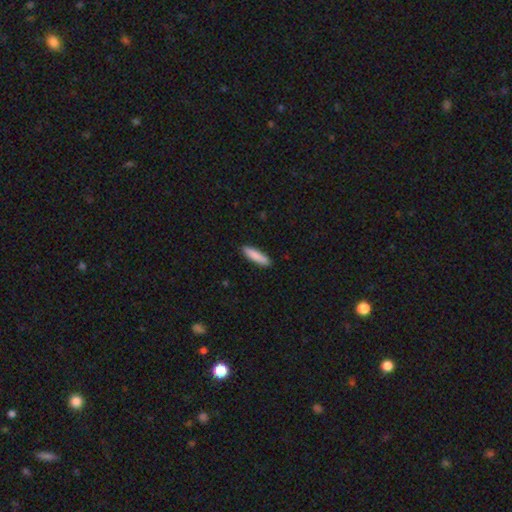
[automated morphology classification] Smooth or featured? Predicted: smooth (p=0.87). How rounded? Predicted: cigar-shaped (p=0.72). Merging? Predicted: none (p=0.89).